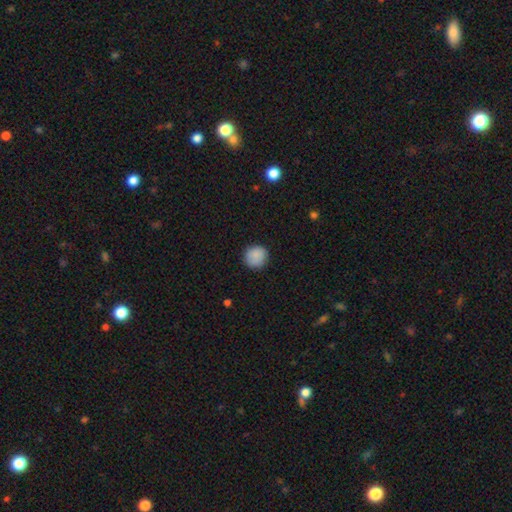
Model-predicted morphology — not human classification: This appears to be a smooth galaxy with no disk features (88%) that is round (91%). Merging: none (88%).